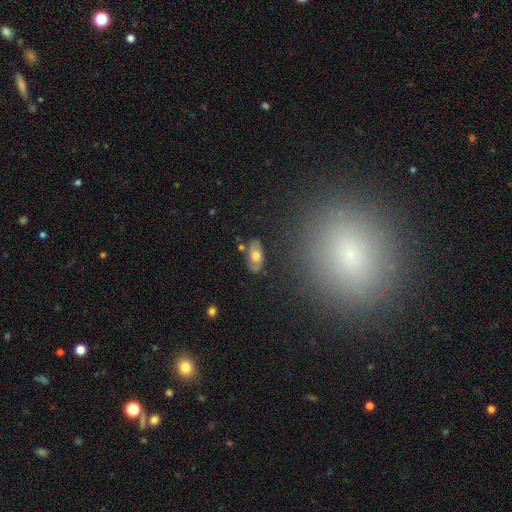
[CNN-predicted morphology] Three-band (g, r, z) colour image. It shows a smooth galaxy with no disk features (58%) that is in between round and cigar-shaped (90%). Merging: none (80%).